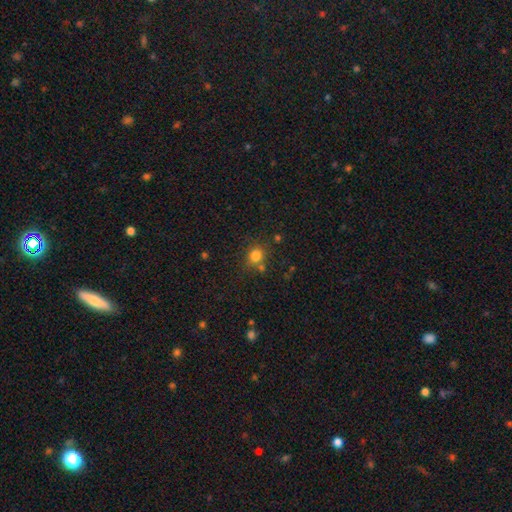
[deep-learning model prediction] Smooth or featured? smooth (80%)
How rounded? round (84%)
Merging? none (72%)